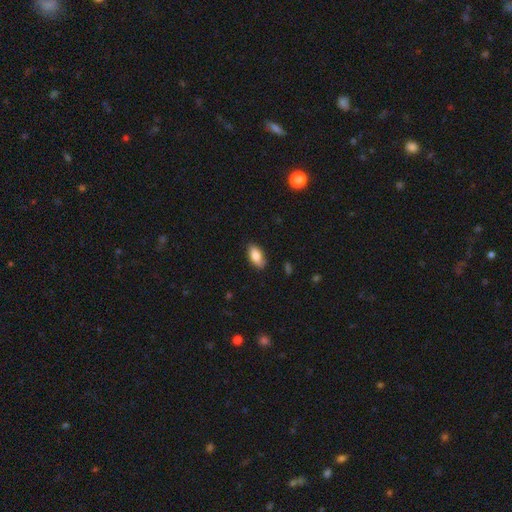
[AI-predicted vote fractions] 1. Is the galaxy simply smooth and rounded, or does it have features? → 81% smooth, 12% featured or disk, 7% star or artifact.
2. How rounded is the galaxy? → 91% in between, 6% cigar-shaped, 3% round.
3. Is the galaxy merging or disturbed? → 81% none, 16% minor disturbance, 3% major disturbance, 1% merger.